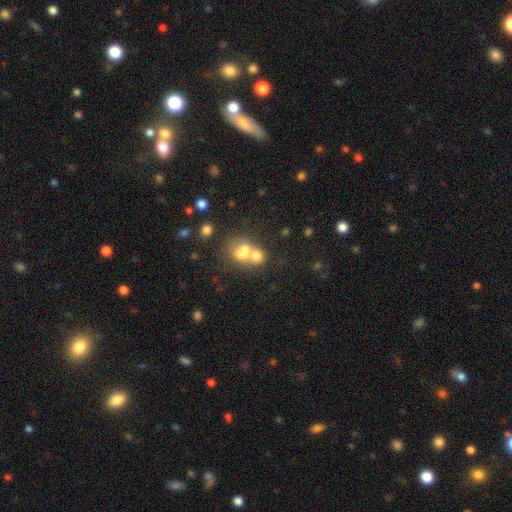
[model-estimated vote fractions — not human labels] This is likely a smooth galaxy (64%). How rounded: likely round (62%). Merging: likely merger (64%).